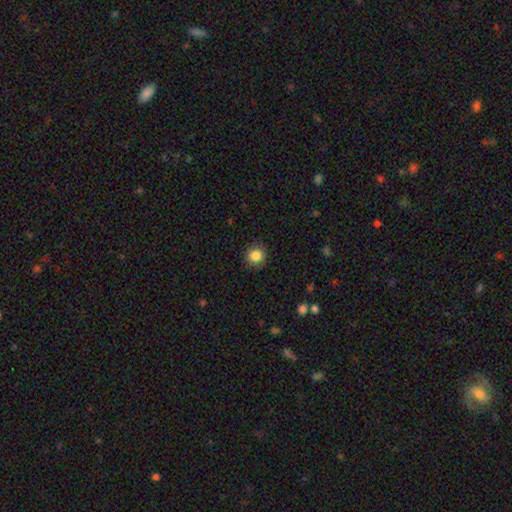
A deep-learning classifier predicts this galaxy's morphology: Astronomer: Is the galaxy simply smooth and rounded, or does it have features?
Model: smooth — 86%.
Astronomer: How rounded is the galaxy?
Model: round — 91%.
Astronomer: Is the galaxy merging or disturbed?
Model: none — 89%.